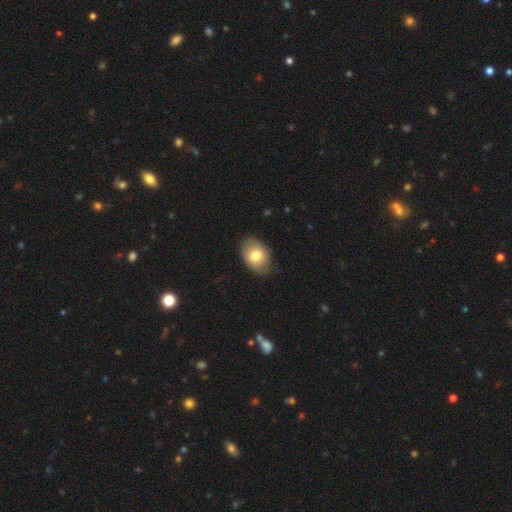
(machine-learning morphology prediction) Smooth or featured?
  - smooth: 75% *
  - featured or disk: 18%
  - star or artifact: 7%
How rounded?
  - in between: 83% *
  - round: 16%
  - cigar-shaped: 1%
Merging?
  - none: 77% *
  - minor disturbance: 19%
  - major disturbance: 3%
  - merger: 1%